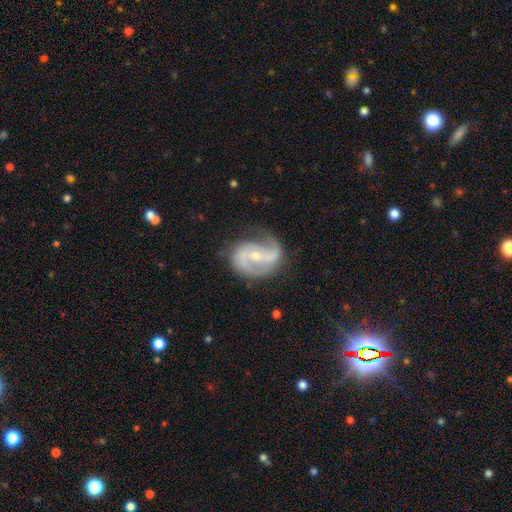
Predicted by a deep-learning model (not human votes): smooth_or_featured: featured or disk (p=0.88) [alt: smooth p=0.07]
disk_edge_on: no (p=0.97) [alt: yes p=0.03]
bar: no (p=0.38) [alt: weak p=0.35]
has_spiral_arms: yes (p=0.96) [alt: no p=0.04]
spiral_winding: medium (p=0.49) [alt: loose p=0.31]
spiral_arm_count: 2 (p=0.87) [alt: can't tell p=0.04]
bulge_size: small (p=0.63) [alt: moderate p=0.34]
merging: none (p=0.68) [alt: minor disturbance p=0.21]